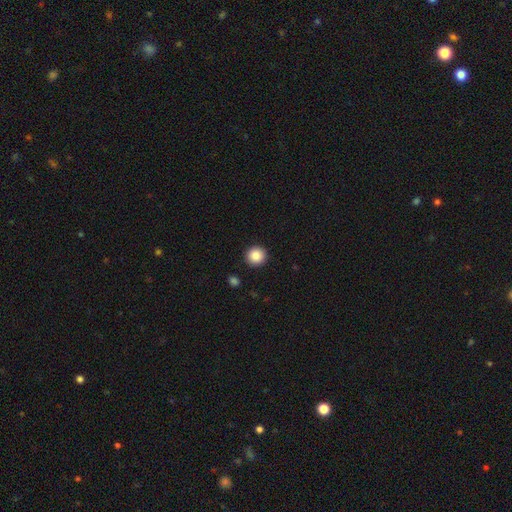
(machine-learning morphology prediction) smooth 87%, star or artifact 9%, featured or disk 4%. Down the decision tree: how rounded — round (94%); merging — none (92%).